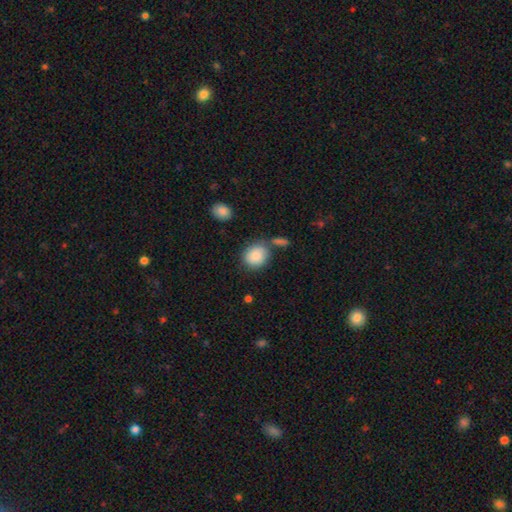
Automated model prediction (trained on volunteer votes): smooth 87%, star or artifact 7%, featured or disk 6%. Down the decision tree: how rounded — round (65%); merging — none (62%).